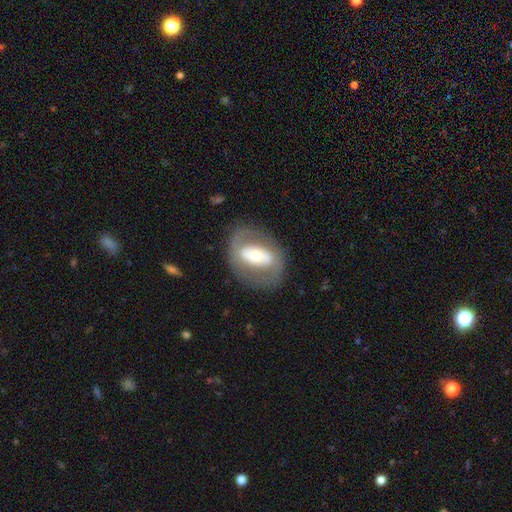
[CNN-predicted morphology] smooth_or_featured: featured or disk (p=0.65) [alt: smooth p=0.29]
disk_edge_on: no (p=0.93) [alt: yes p=0.07]
bar: no (p=0.37) [tied with: strong p=0.37]
has_spiral_arms: no (p=0.52) [alt: yes p=0.48]
bulge_size: moderate (p=0.45) [alt: small p=0.30]
merging: none (p=0.74) [alt: minor disturbance p=0.13]